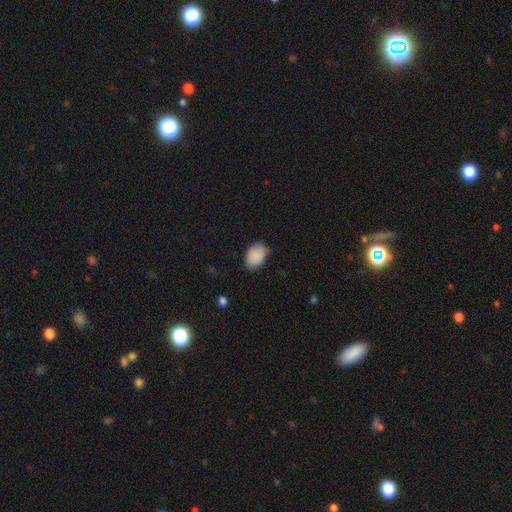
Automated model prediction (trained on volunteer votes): This appears to be a smooth galaxy with no disk features (89%) that is in between round and cigar-shaped (83%). Merging: none (79%).